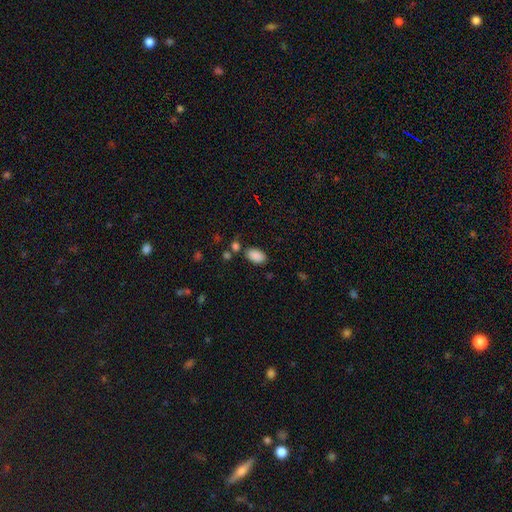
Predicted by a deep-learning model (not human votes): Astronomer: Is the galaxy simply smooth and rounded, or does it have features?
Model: smooth — 88%.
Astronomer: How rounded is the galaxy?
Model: in between — 92%.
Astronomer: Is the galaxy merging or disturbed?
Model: none — 76%.